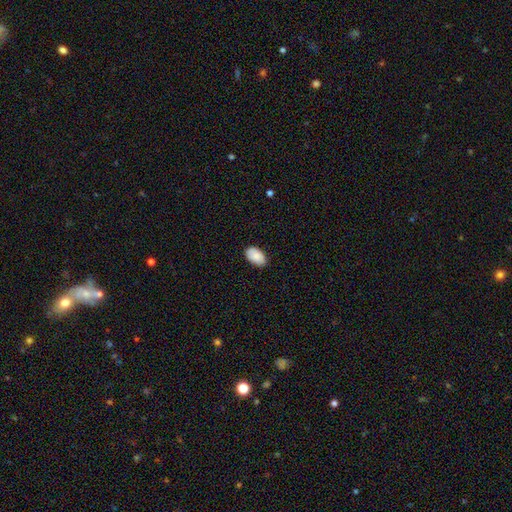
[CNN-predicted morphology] Smooth or featured: smooth — 88% (star or artifact — 6%)
How rounded: in between — 94% (round — 5%)
Merging: none — 83% (minor disturbance — 13%)